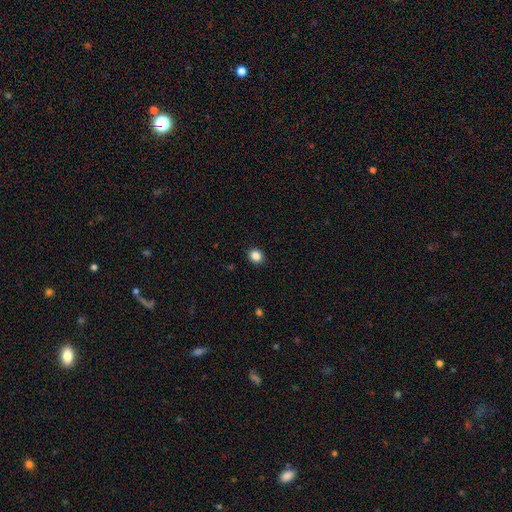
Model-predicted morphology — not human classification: Q: Smooth or featured?
A: smooth (86%); runner-up: star or artifact (10%)
Q: How rounded?
A: round (68%); runner-up: in between (31%)
Q: Merging?
A: none (91%); runner-up: minor disturbance (6%)